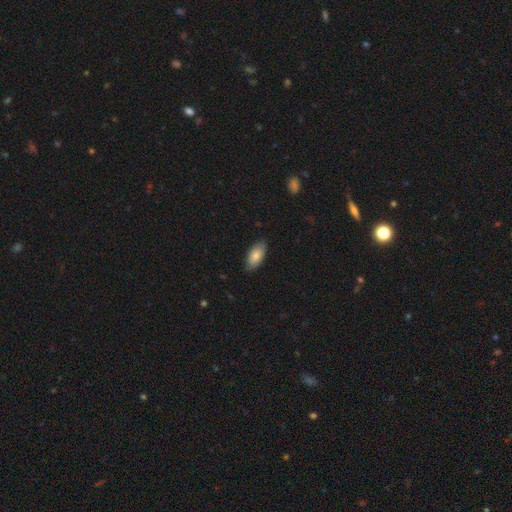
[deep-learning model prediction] Smooth or featured? smooth (82%)
How rounded? in between (92%)
Merging? none (82%)